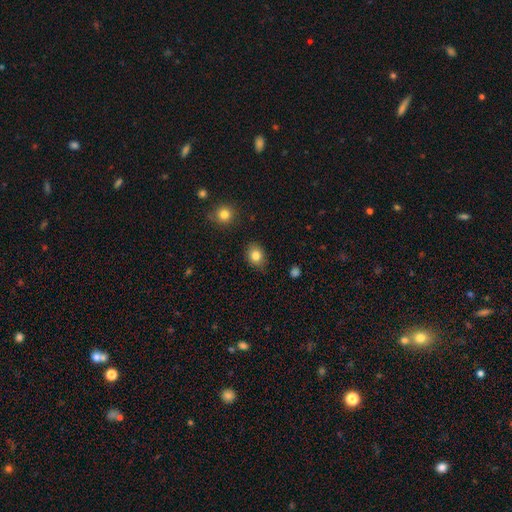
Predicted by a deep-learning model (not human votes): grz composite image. It shows a smooth galaxy with no disk features (83%) that is round (54%). Merging: none (85%).